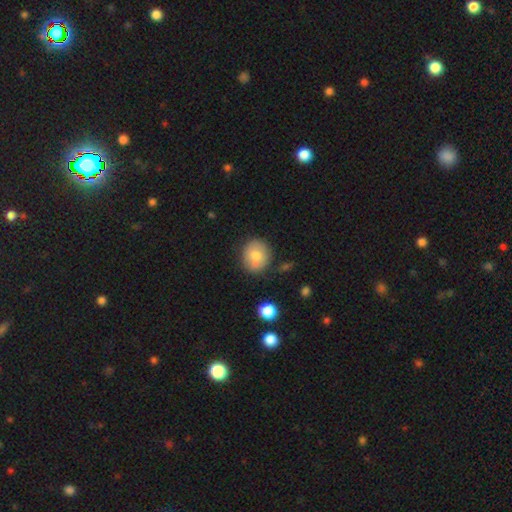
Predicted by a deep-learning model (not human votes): A smooth galaxy with no disk features (74%) that is round (75%).

Vote fractions:
- Smooth or featured? smooth: 74% / featured or disk: 17% / star or artifact: 8%
- How rounded? round: 75% / in between: 24% / cigar-shaped: 1%
- Merging? none: 72% / minor disturbance: 16% / merger: 9% / major disturbance: 4%